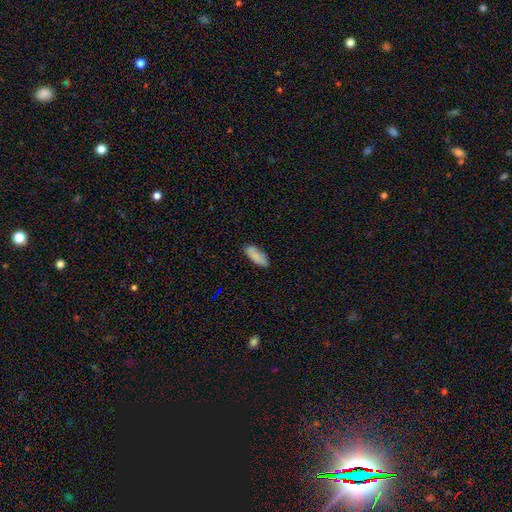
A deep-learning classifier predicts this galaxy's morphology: Smooth or featured?
  - smooth: 86% *
  - featured or disk: 7%
  - star or artifact: 7%
How rounded?
  - in between: 74% *
  - cigar-shaped: 24%
  - round: 2%
Merging?
  - none: 82% *
  - minor disturbance: 14%
  - major disturbance: 3%
  - merger: 2%